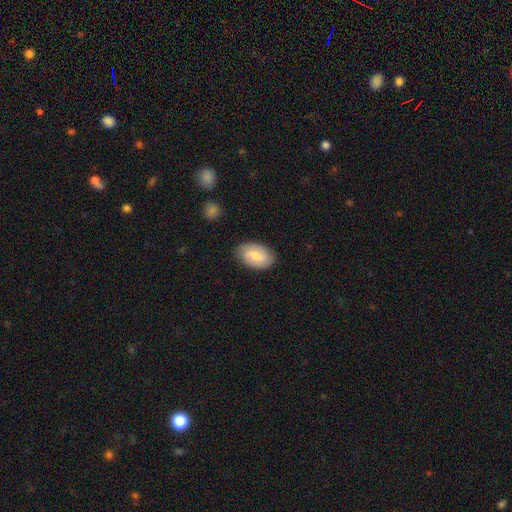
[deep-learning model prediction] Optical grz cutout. It shows a smooth galaxy with no disk features (52%) that is in between round and cigar-shaped (92%). Merging: none (83%).